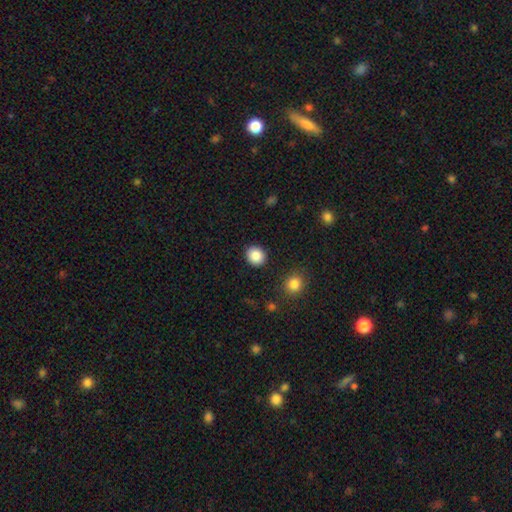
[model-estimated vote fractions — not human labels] The model was most divided on "how rounded": round: 83%, in between: 16%, cigar-shaped: 1%. More confident: merging — none (90%); smooth or featured — smooth (87%).